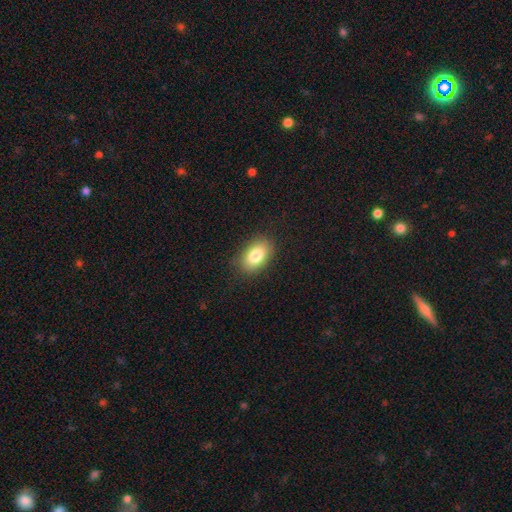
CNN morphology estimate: Q: Smooth or featured?
A: smooth (82%); runner-up: featured or disk (10%)
Q: How rounded?
A: in between (89%); runner-up: round (10%)
Q: Merging?
A: none (85%); runner-up: minor disturbance (11%)